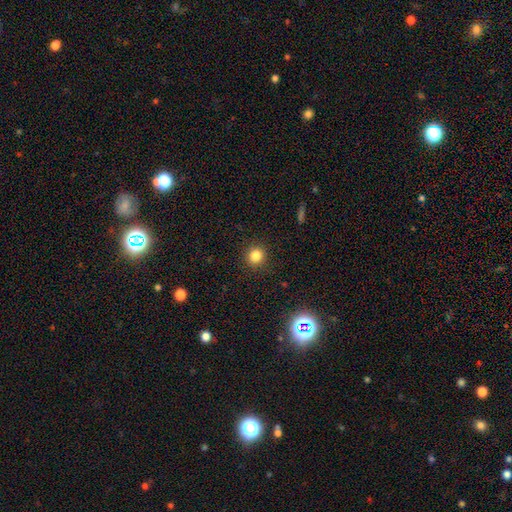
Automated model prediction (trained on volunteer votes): Smooth or featured? smooth (81%)
How rounded? round (88%)
Merging? none (90%)